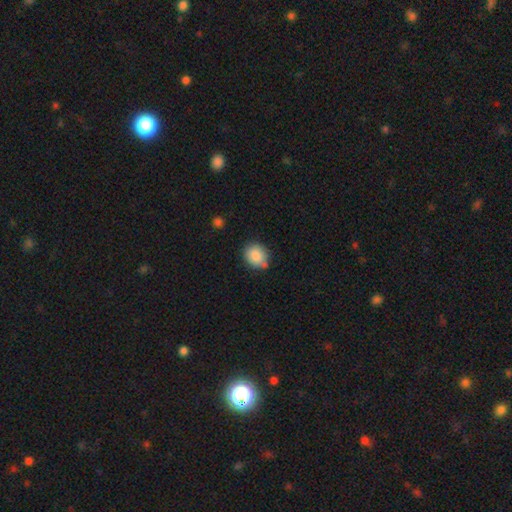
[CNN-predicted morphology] This appears to be a smooth galaxy with no disk features (85%) that is round (66%). Merging: none (68%).